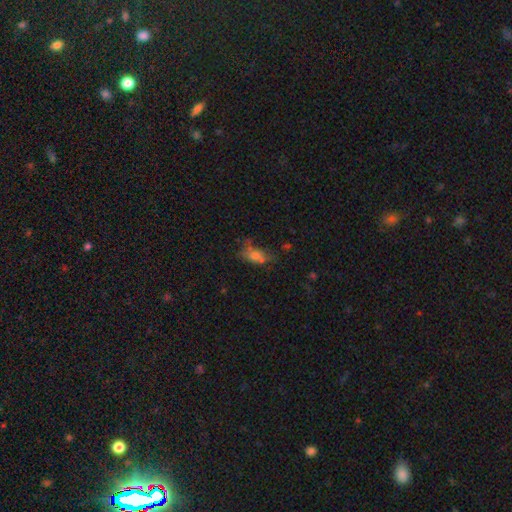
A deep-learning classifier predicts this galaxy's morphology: A smooth galaxy with no disk features (57%) that is in between round and cigar-shaped (77%).

Vote fractions:
- Smooth or featured? smooth: 57% / featured or disk: 25% / star or artifact: 19%
- How rounded? in between: 77% / round: 12% / cigar-shaped: 11%
- Merging? none: 41% / minor disturbance: 25% / major disturbance: 23% / merger: 12%